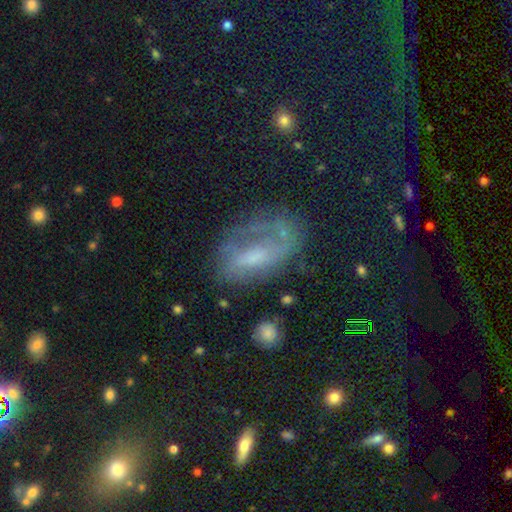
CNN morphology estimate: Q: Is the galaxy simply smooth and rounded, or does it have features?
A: featured or disk — 48%.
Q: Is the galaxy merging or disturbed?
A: none — 51%.